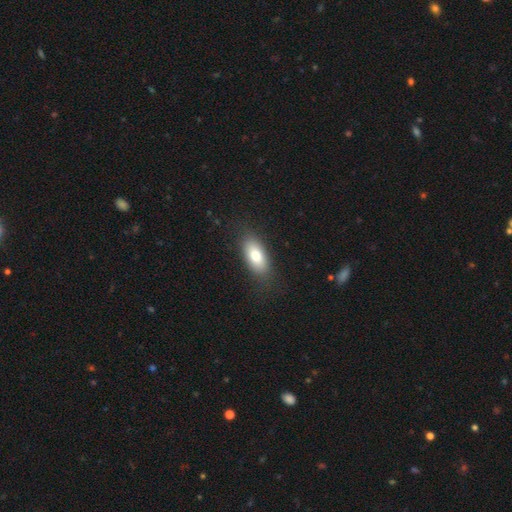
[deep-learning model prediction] smooth-or-featured: smooth: 78% | featured or disk: 15% | star or artifact: 7%
  how-rounded: in between: 87% | cigar-shaped: 9% | round: 4%
  merging: none: 84% | minor disturbance: 12% | major disturbance: 4% | merger: 1%